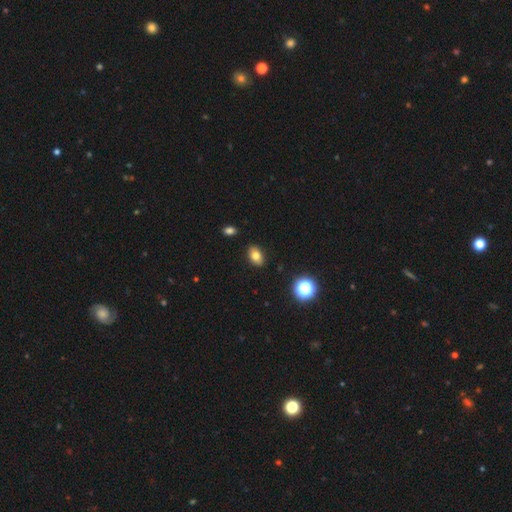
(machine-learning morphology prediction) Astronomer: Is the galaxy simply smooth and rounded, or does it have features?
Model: smooth — 77%.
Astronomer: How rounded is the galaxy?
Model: in between — 83%.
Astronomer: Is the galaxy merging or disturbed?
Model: none — 88%.